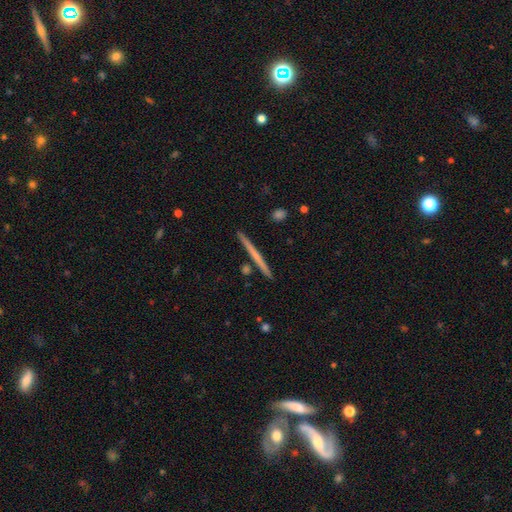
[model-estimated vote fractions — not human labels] Q: Smooth or featured?
A: featured or disk (50%); runner-up: smooth (44%)
Q: Edge-on disk?
A: yes (98%); runner-up: no (2%)
Q: Merging?
A: none (91%); runner-up: minor disturbance (5%)